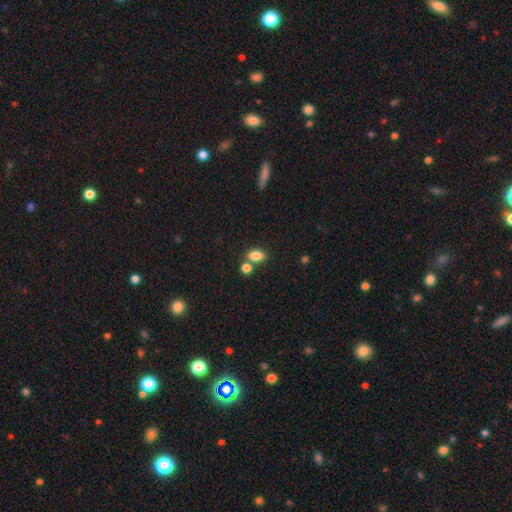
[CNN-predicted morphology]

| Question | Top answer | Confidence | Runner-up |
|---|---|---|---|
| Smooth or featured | smooth | 84% | star or artifact (10%) |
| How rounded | in between | 84% | round (13%) |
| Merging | none | 63% | merger (23%) |